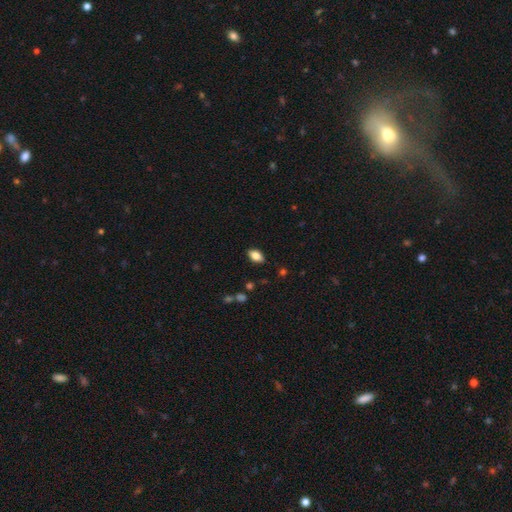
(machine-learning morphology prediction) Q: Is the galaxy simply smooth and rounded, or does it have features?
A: smooth — 80%.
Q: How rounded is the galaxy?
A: in between — 90%.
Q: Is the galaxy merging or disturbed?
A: none — 87%.